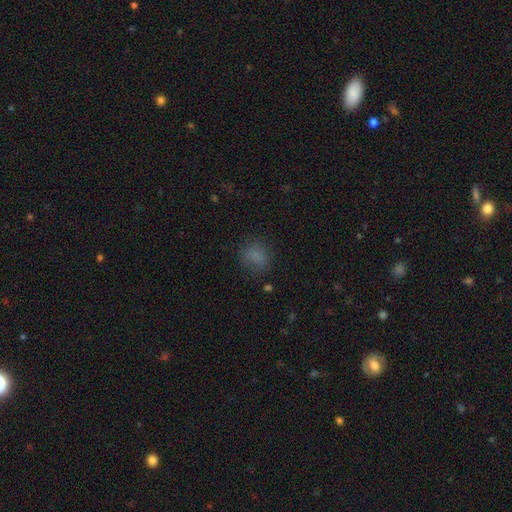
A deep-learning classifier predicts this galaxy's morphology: The model was most divided on "how rounded": round: 54%, in between: 44%, cigar-shaped: 2%. More confident: smooth or featured — smooth (77%); merging — none (74%).